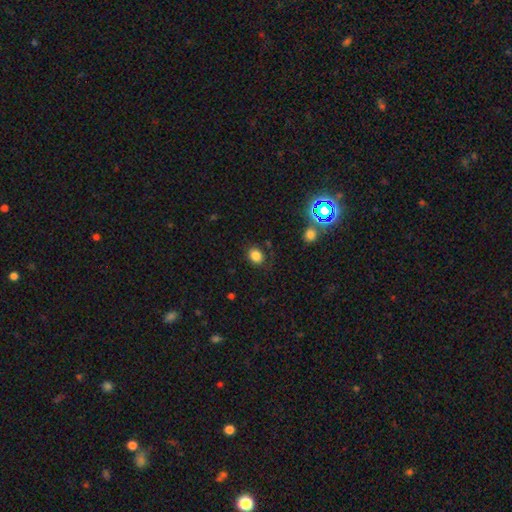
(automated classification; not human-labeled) A smooth galaxy with no disk features (82%) that is round (52%). Merging: none (82%).